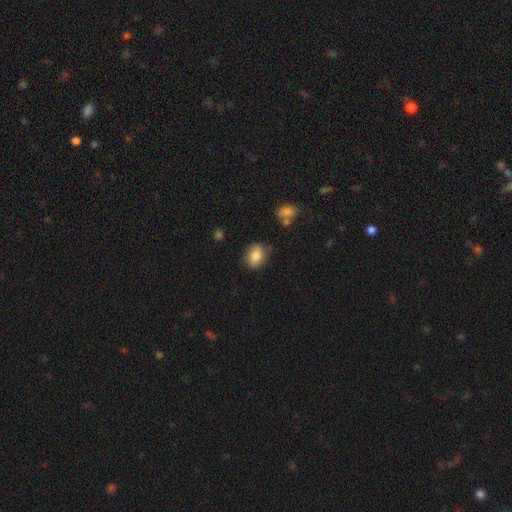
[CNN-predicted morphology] This appears to be a smooth galaxy with no disk features (81%) that is in between round and cigar-shaped (52%). Merging: none (77%).